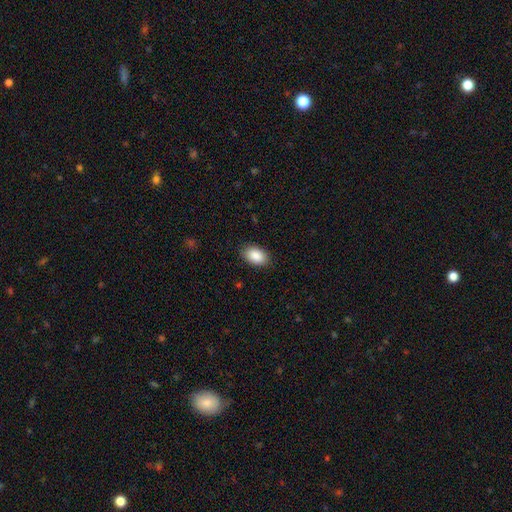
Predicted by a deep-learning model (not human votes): The model was most divided on "merging": none: 88%, minor disturbance: 9%, major disturbance: 2%, merger: 1%. More confident: how rounded — in between (91%); smooth or featured — smooth (89%).